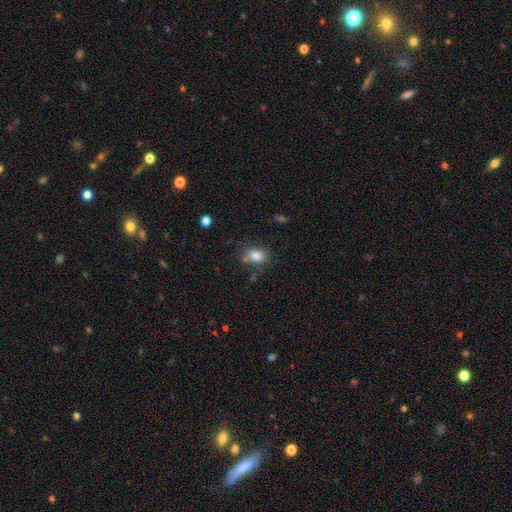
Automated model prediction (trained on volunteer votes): A smooth galaxy with no disk features (82%) that is in between round and cigar-shaped (66%).

Vote fractions:
- Smooth or featured? smooth: 82% / star or artifact: 10% / featured or disk: 8%
- How rounded? in between: 66% / round: 33% / cigar-shaped: 1%
- Merging? none: 73% / minor disturbance: 17% / merger: 6% / major disturbance: 5%